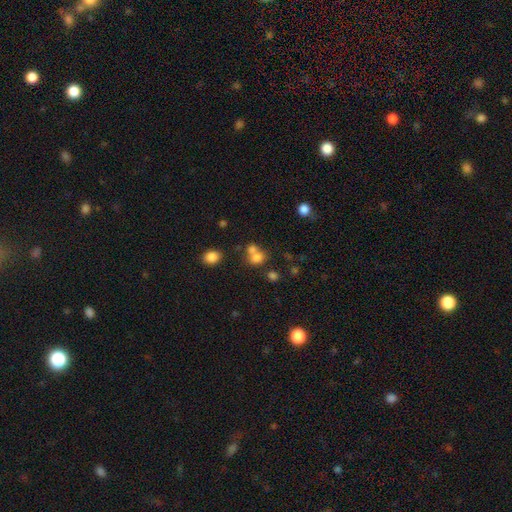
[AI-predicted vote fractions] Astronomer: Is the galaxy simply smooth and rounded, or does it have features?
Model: smooth — 74%.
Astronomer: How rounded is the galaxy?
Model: round — 65%.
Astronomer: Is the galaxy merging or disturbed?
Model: merger — 50% (runner-up: none, 37%).